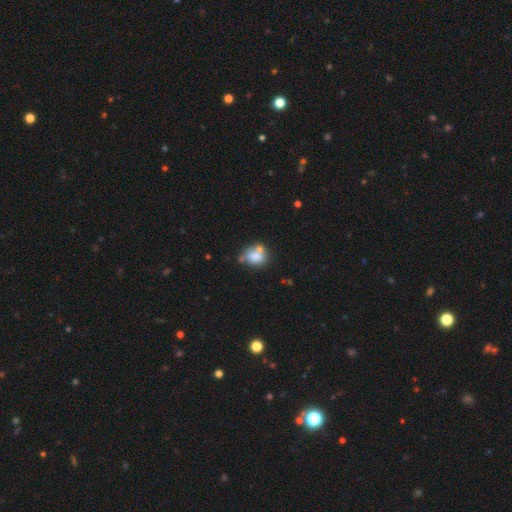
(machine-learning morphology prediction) Smooth or featured?
  - smooth: 73% *
  - featured or disk: 18%
  - star or artifact: 10%
How rounded?
  - round: 51% *
  - in between: 48%
  - cigar-shaped: 1%
Merging?
  - none: 37% *
  - merger: 36%
  - minor disturbance: 19%
  - major disturbance: 8%